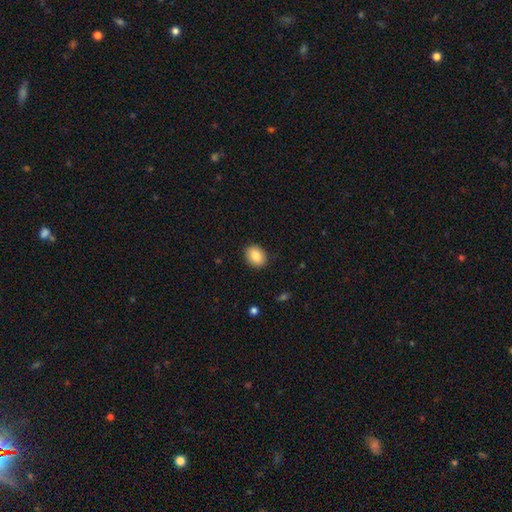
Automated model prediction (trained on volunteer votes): Morphology: type=smooth (86%); roundness=in between (67%); merging=none (89%).